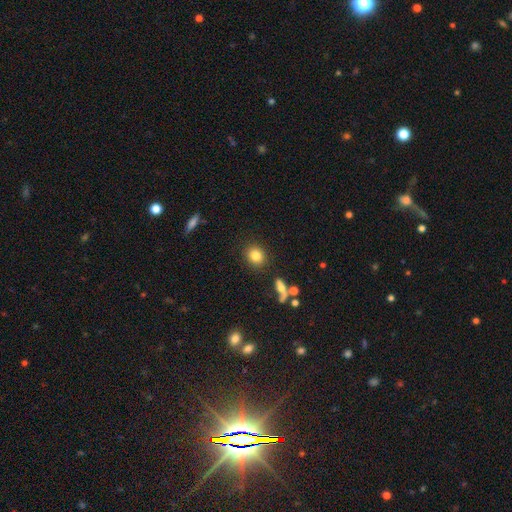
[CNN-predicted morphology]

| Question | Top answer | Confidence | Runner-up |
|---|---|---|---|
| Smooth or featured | smooth | 81% | star or artifact (10%) |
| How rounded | round | 71% | in between (27%) |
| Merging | none | 84% | minor disturbance (8%) |